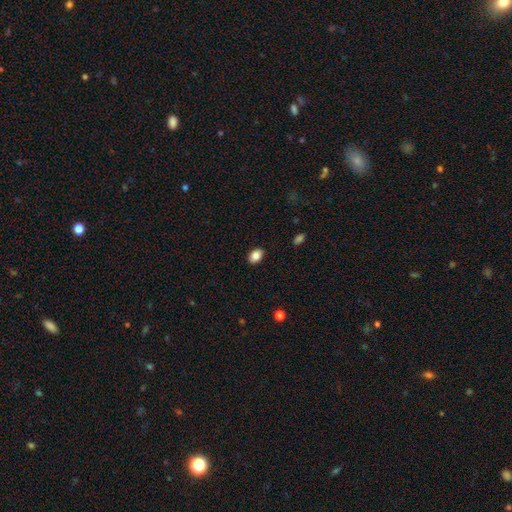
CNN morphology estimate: type=smooth (86%); roundness=in between (80%); merging=none (88%).